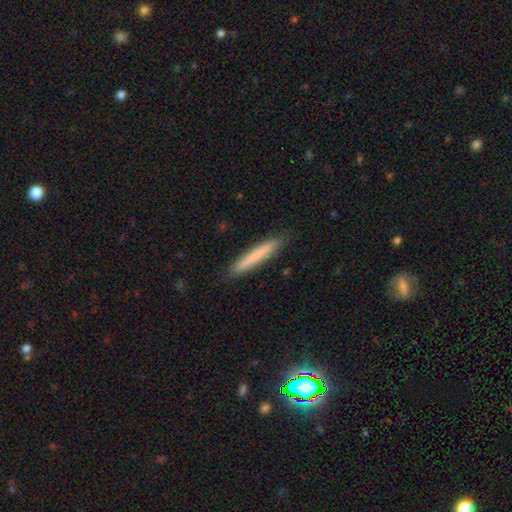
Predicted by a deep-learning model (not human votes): Smooth or featured? Predicted: smooth (p=0.75). How rounded? Predicted: cigar-shaped (p=0.96). Merging? Predicted: none (p=0.90).